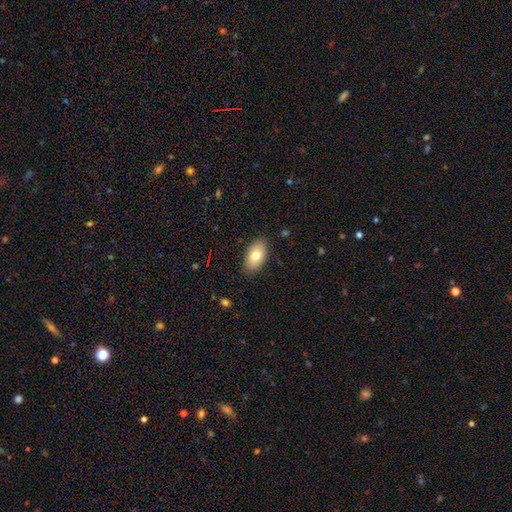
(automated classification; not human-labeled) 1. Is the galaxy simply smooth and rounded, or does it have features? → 77% smooth, 16% featured or disk, 7% star or artifact.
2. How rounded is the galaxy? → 94% in between, 4% round, 2% cigar-shaped.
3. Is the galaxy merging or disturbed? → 87% none, 10% minor disturbance, 2% major disturbance, 1% merger.